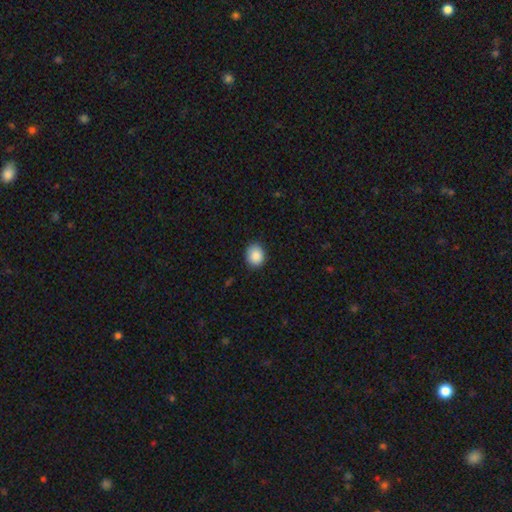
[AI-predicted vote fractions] smooth 89%, star or artifact 8%, featured or disk 4%. Down the decision tree: how rounded — round (59%); merging — none (86%).